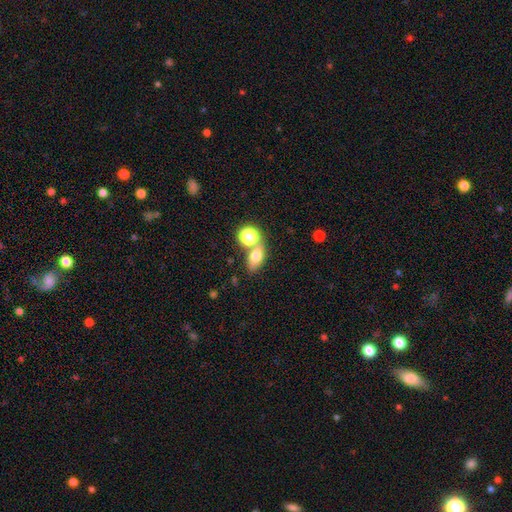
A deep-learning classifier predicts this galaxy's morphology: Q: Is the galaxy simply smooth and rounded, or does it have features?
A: smooth — 72%.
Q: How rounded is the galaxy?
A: in between — 71%.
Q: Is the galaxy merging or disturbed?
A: none — 55%.